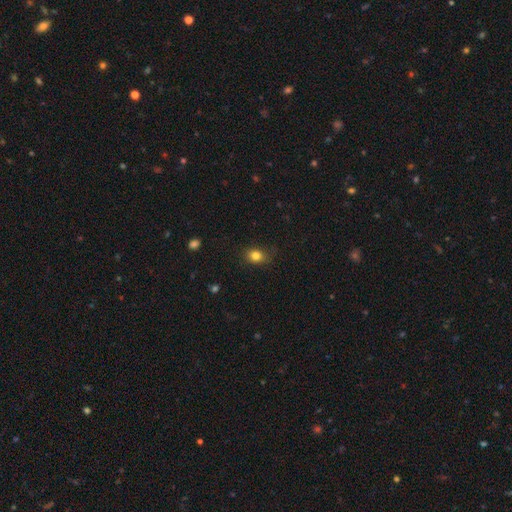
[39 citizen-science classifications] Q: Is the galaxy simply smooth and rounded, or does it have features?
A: smooth — 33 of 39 (85%).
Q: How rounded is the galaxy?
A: in between — 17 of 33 (52%).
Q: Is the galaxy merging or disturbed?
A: none — 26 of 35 (74%).